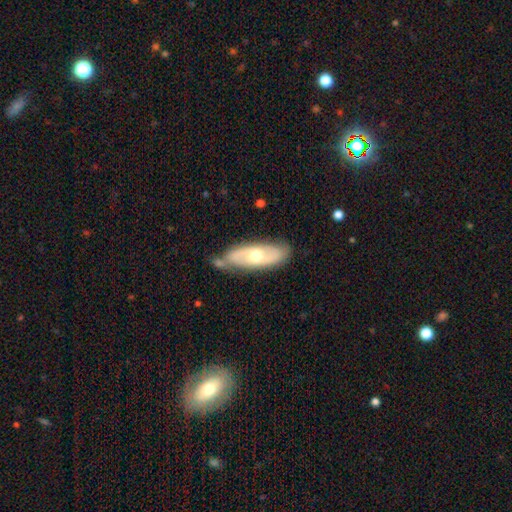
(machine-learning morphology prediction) Smooth or featured? featured or disk (54%)
Edge-on disk? no (79%)
Merging? none (61%)